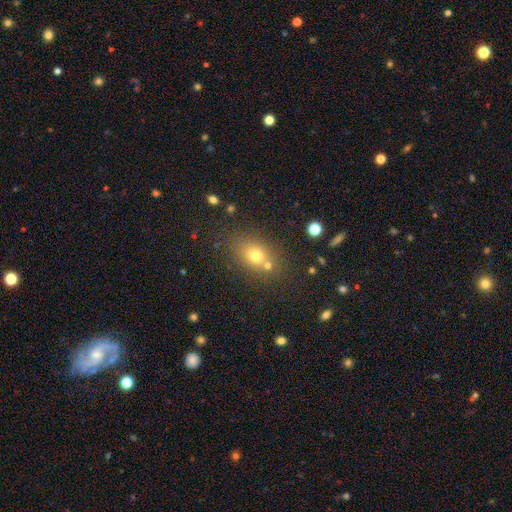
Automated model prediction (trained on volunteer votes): This is likely a smooth galaxy (71%). How rounded: likely in between (60%). Merging: likely none (68%).